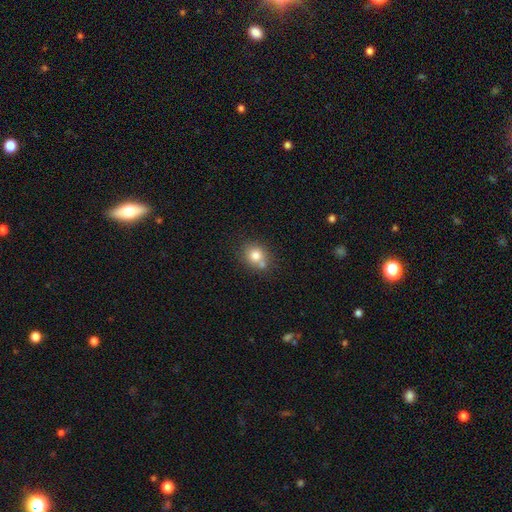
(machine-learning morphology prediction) A smooth galaxy with no disk features (78%) that is round (75%). Merging: none (57%).